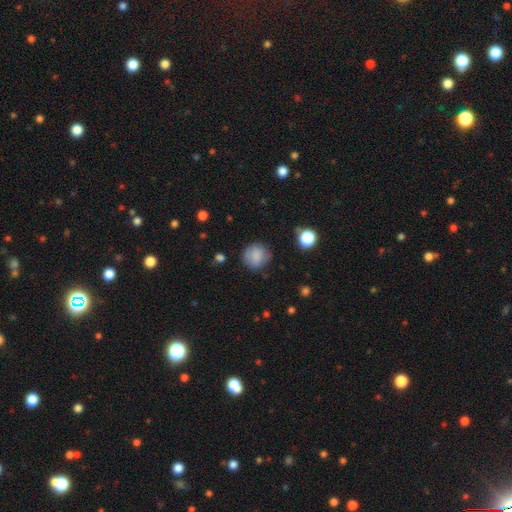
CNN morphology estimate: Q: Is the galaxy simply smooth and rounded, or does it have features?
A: smooth — 81%.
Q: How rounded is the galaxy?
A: round — 87%.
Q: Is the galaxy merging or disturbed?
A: none — 76%.